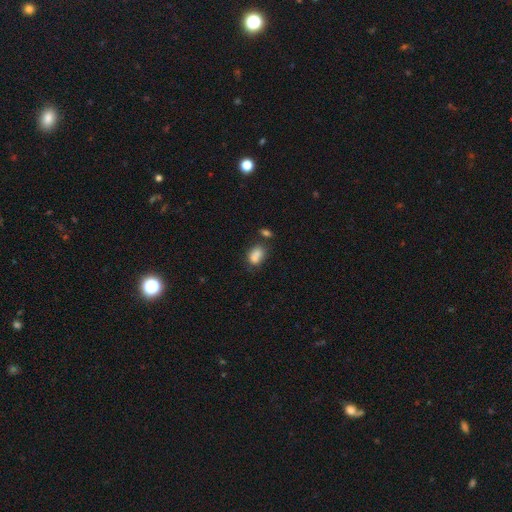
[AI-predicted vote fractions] Smooth or featured? smooth (82%)
How rounded? in between (77%)
Merging? none (47%)